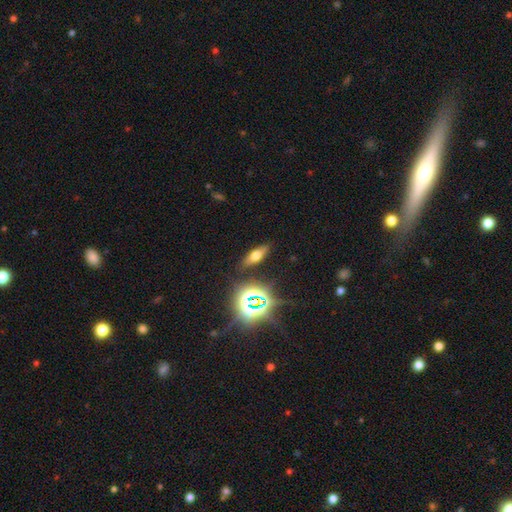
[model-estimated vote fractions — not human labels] This appears to be a smooth galaxy with no disk features (48%). Merging: none (86%).